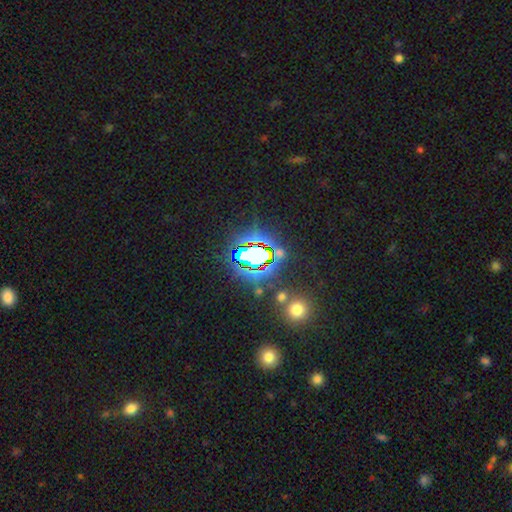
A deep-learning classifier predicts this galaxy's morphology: type=star or artifact (73%).